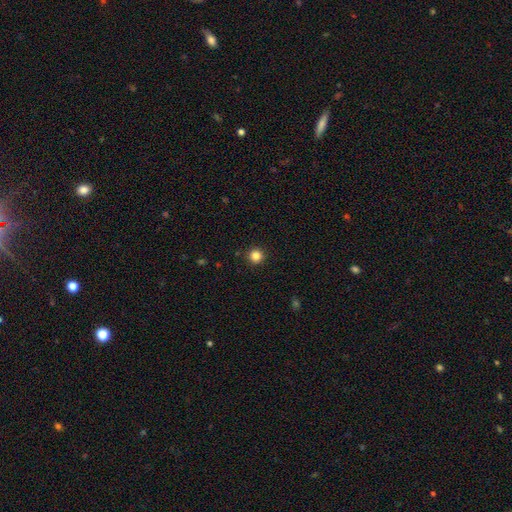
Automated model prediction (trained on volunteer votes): Smooth or featured? Predicted: smooth (p=0.84). How rounded? Predicted: round (p=0.96). Merging? Predicted: none (p=0.92).